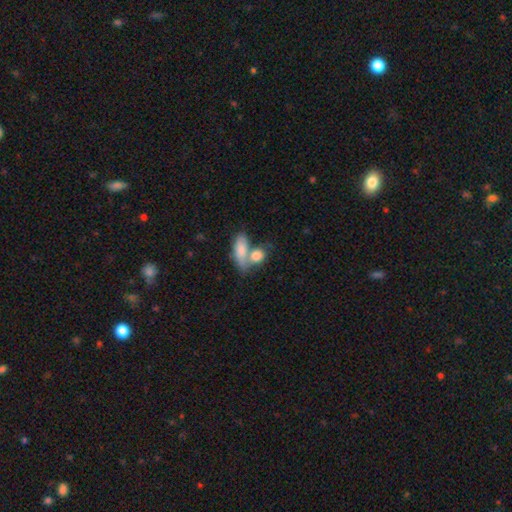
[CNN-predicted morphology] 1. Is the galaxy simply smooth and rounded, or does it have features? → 80% smooth, 13% featured or disk, 7% star or artifact.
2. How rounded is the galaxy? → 68% in between, 25% round, 7% cigar-shaped.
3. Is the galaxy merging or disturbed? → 54% merger, 30% none, 10% minor disturbance, 6% major disturbance.